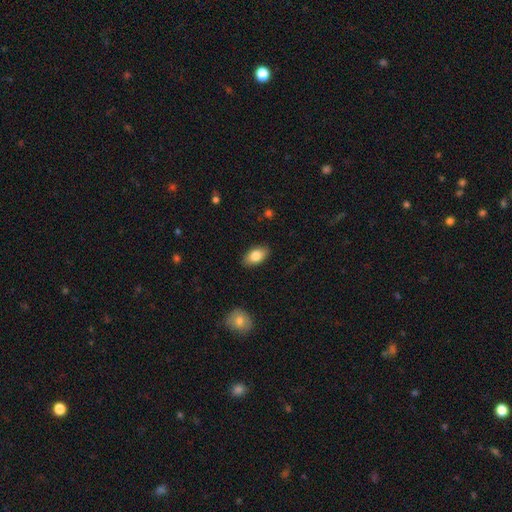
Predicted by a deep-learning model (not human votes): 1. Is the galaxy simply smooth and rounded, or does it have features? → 83% smooth, 11% featured or disk, 7% star or artifact.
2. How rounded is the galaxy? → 92% in between, 5% round, 3% cigar-shaped.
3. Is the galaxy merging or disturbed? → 87% none, 10% minor disturbance, 2% major disturbance, 1% merger.